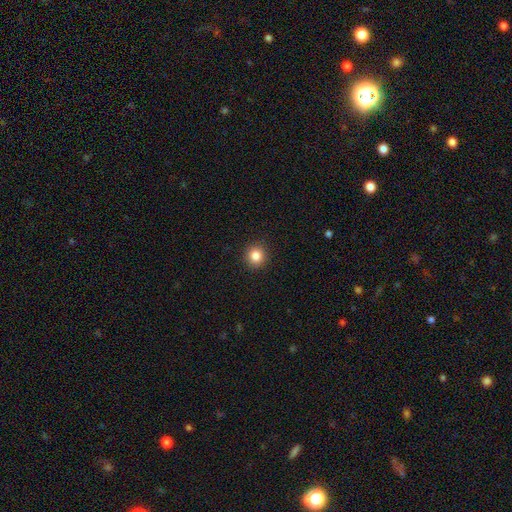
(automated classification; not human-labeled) smooth_or_featured: smooth (p=0.84) [alt: star or artifact p=0.11]
how_rounded: round (p=0.91) [alt: in between p=0.08]
merging: none (p=0.92) [alt: minor disturbance p=0.05]